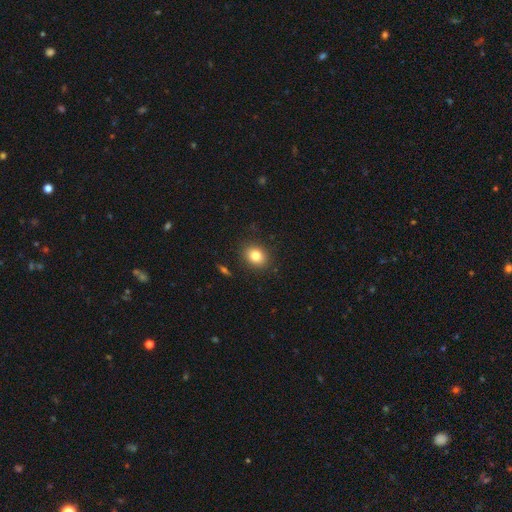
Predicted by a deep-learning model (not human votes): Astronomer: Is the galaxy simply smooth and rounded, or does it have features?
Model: smooth — 81%.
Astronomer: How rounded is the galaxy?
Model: round — 51% (runner-up: in between, 48%).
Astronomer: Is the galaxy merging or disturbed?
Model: none — 89%.